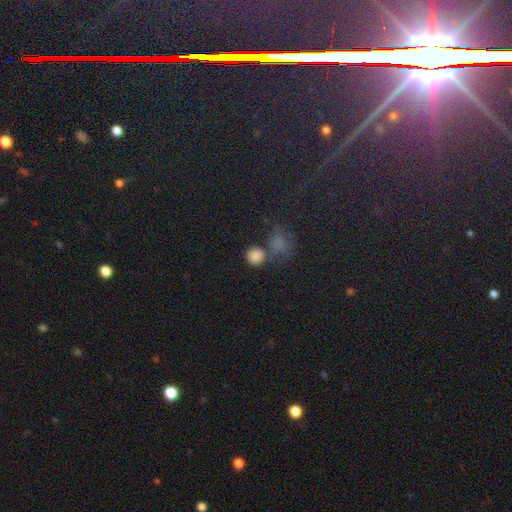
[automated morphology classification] Smooth or featured? smooth (81%)
How rounded? round (85%)
Merging? none (59%)